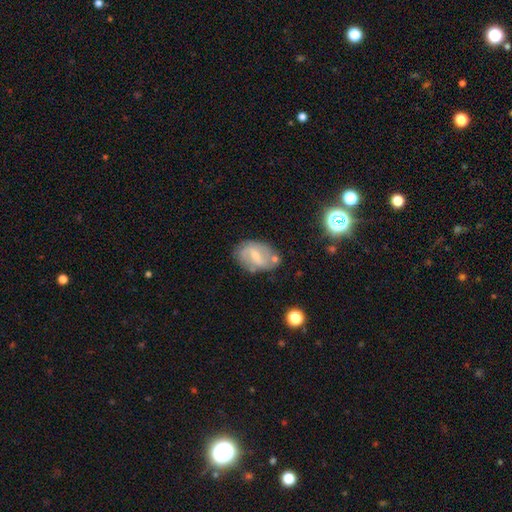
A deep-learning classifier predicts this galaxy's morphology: Smooth or featured? Predicted: featured or disk (p=0.61). Edge-on disk? Predicted: no (p=0.96). Bar? Predicted: weak (p=0.54). Spiral arms? Predicted: yes (p=0.78). Bulge size? Predicted: small (p=0.51). Merging? Predicted: none (p=0.64).